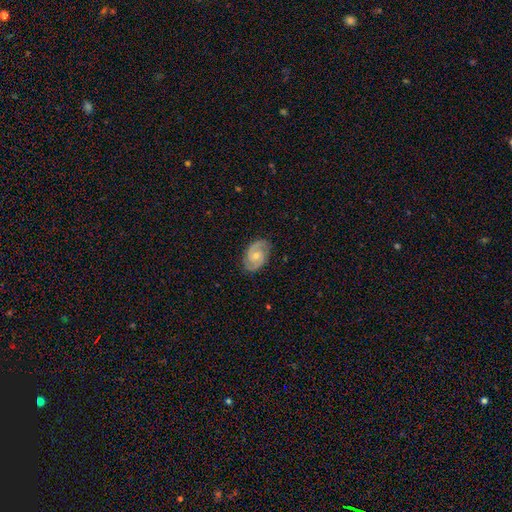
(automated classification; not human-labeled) Smooth or featured: featured or disk — 84% (smooth — 11%)
Edge-on disk: no — 97% (yes — 3%)
Bar: no — 58% (weak — 36%)
Spiral arms: yes — 97% (no — 3%)
Spiral winding: medium — 47% (tight — 43%)
Spiral arm count: 2 — 91% (can't tell — 4%)
Bulge size: small — 48% (moderate — 47%)
Merging: none — 83% (minor disturbance — 13%)